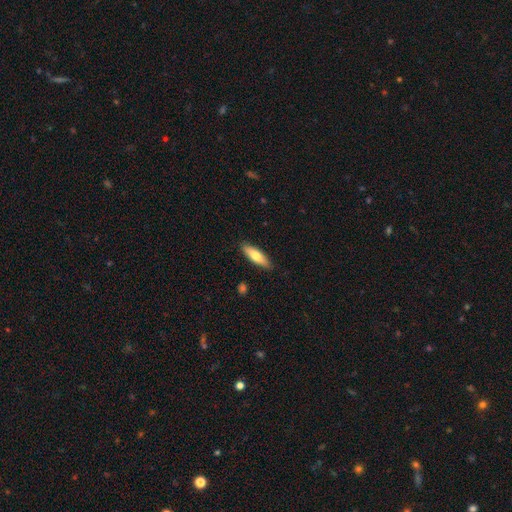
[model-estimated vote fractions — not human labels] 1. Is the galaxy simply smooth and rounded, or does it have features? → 71% smooth, 24% featured or disk, 5% star or artifact.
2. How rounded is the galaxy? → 54% cigar-shaped, 44% in between, 2% round.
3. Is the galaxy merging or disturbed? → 88% none, 9% minor disturbance, 2% major disturbance, 1% merger.